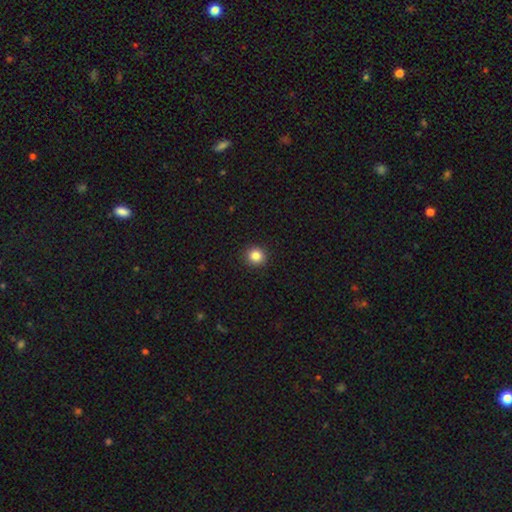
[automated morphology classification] This is clearly a smooth galaxy (85%). How rounded: clearly round (92%). Merging: clearly none (93%).